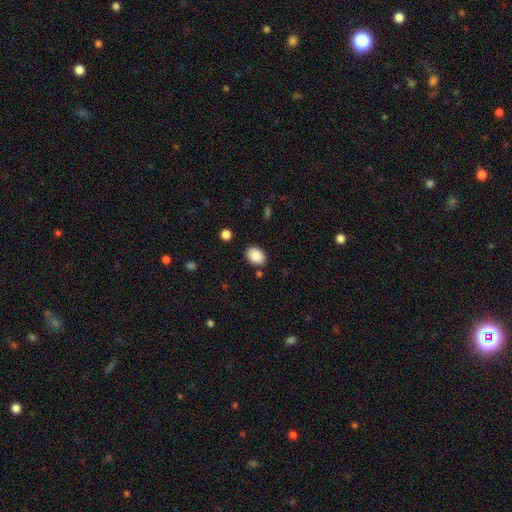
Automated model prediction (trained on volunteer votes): A smooth galaxy with no disk features (89%) that is in between round and cigar-shaped (74%).

Vote fractions:
- Smooth or featured? smooth: 89% / star or artifact: 7% / featured or disk: 4%
- How rounded? in between: 74% / round: 25% / cigar-shaped: 1%
- Merging? none: 84% / minor disturbance: 10% / merger: 3% / major disturbance: 3%